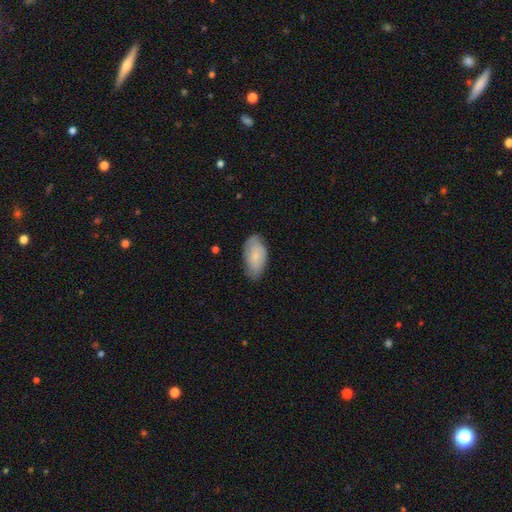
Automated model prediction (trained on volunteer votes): Smooth or featured: smooth — 72% (featured or disk — 22%)
How rounded: in between — 94% (round — 3%)
Merging: none — 72% (minor disturbance — 23%)